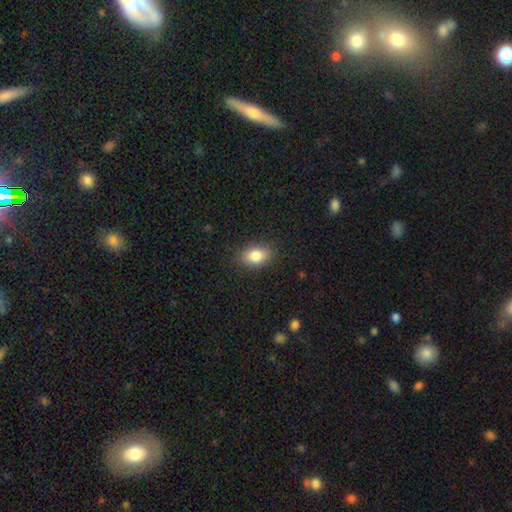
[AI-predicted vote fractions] This appears to be a smooth galaxy with no disk features (84%) that is in between round and cigar-shaped (87%). Merging: none (86%).